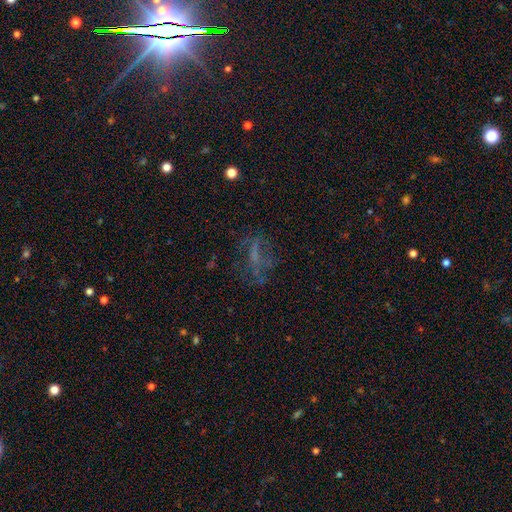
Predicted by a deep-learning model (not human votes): featured or disk 43%, star or artifact 30%, smooth 27%. Down the decision tree: merging — none (51%).